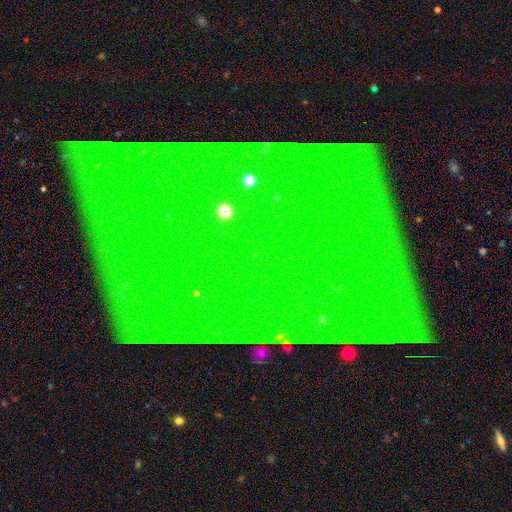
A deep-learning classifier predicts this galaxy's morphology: smooth_or_featured: star or artifact (p=0.82) [alt: featured or disk p=0.10]